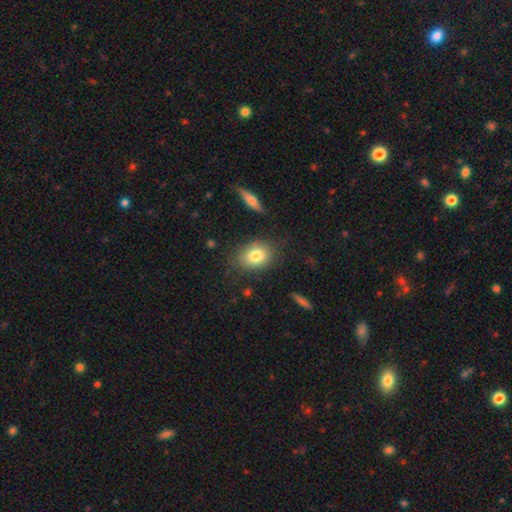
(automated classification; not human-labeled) The model was most divided on "how rounded": in between: 64%, round: 34%, cigar-shaped: 2%. More confident: merging — none (80%); smooth or featured — smooth (80%).